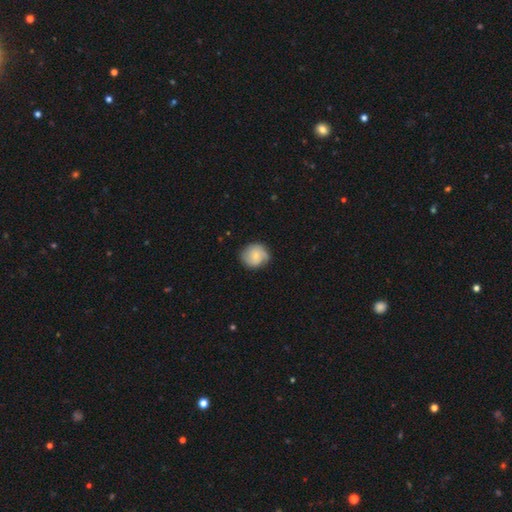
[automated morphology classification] Overall: smooth (56%; featured or disk 37%). How rounded: round (84%). Merging: none (71%).